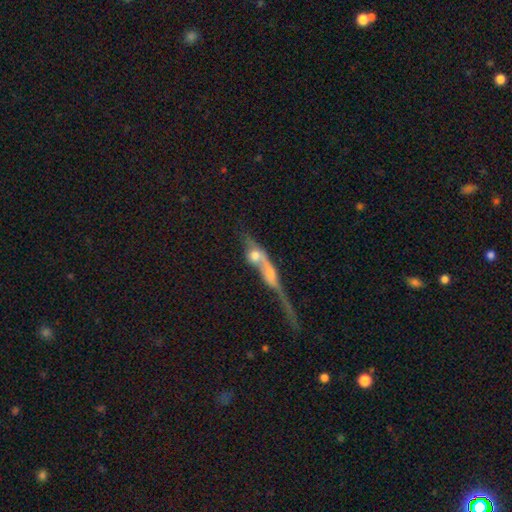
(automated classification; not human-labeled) Morphology: type=featured or disk (52%); edge-on=yes (76%); merging=none (43%).